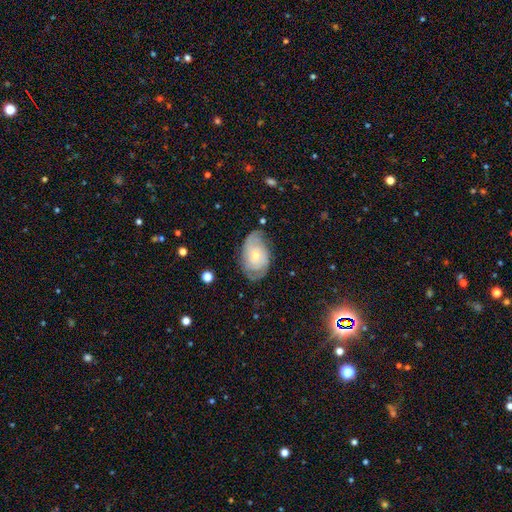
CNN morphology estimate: The model was most divided on "spiral winding": tight: 49%, medium: 35%, loose: 16%. More confident: edge-on disk — no (96%); spiral arms — yes (86%); bar — no (74%); smooth or featured — featured or disk (67%); bulge size — small (64%); merging — none (63%); spiral arm count — 2 (55%).